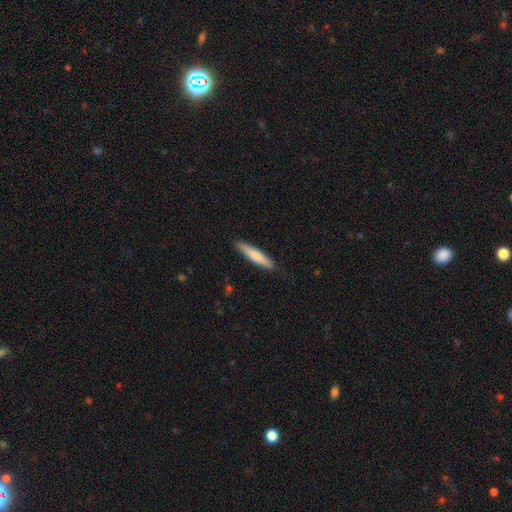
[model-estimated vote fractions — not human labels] Smooth or featured: smooth — 74% (featured or disk — 20%)
How rounded: cigar-shaped — 88% (in between — 11%)
Merging: none — 88% (minor disturbance — 9%)